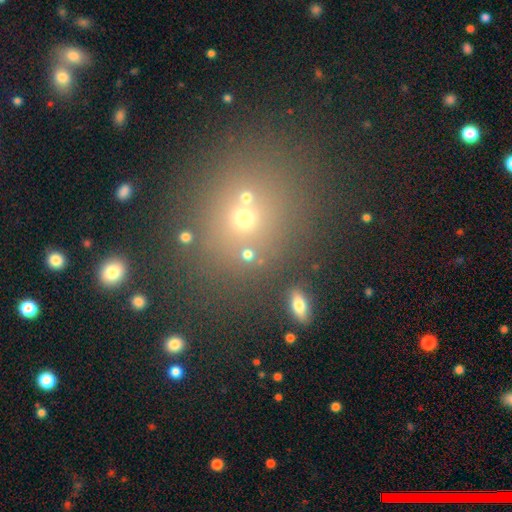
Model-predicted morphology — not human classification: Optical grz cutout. It shows a smooth galaxy with no disk features (44%, tied with star or artifact). Merging: none (71%).